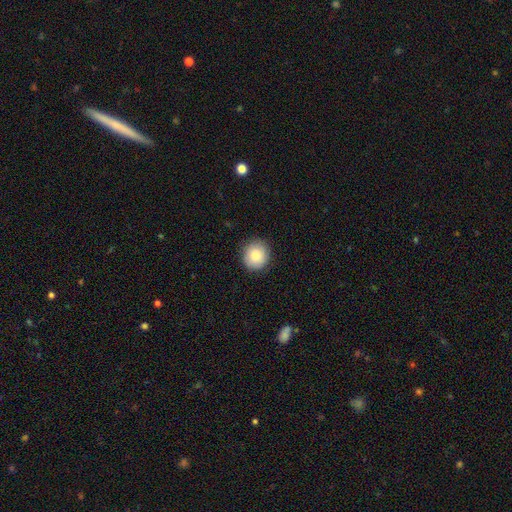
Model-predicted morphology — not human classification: Q: Smooth or featured?
A: smooth (85%); runner-up: featured or disk (8%)
Q: How rounded?
A: round (87%); runner-up: in between (12%)
Q: Merging?
A: none (88%); runner-up: minor disturbance (9%)